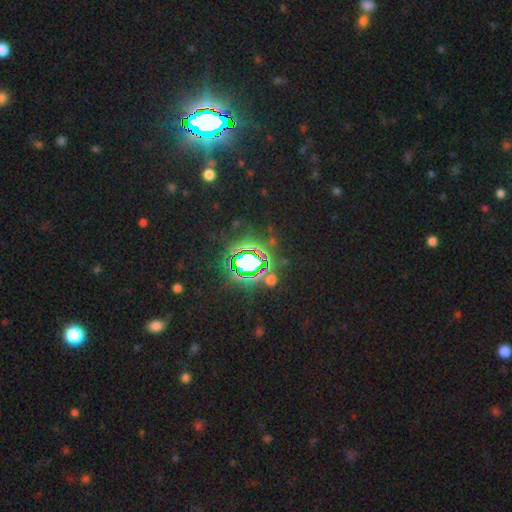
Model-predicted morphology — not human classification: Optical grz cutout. It shows a star or artifact, not a galaxy (82%).